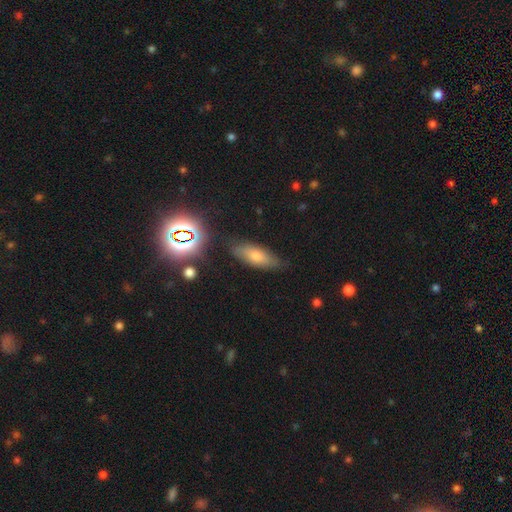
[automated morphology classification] Overall: smooth (61%; featured or disk 23%). How rounded: in between (64%; cigar-shaped 31%). Merging: none (78%).